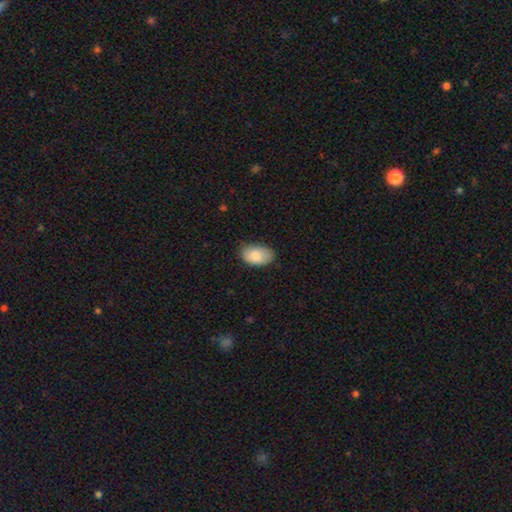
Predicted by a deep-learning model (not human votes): smooth_or_featured: smooth (p=0.85) [alt: featured or disk p=0.08]
how_rounded: in between (p=0.92) [alt: round p=0.07]
merging: none (p=0.72) [alt: minor disturbance p=0.23]